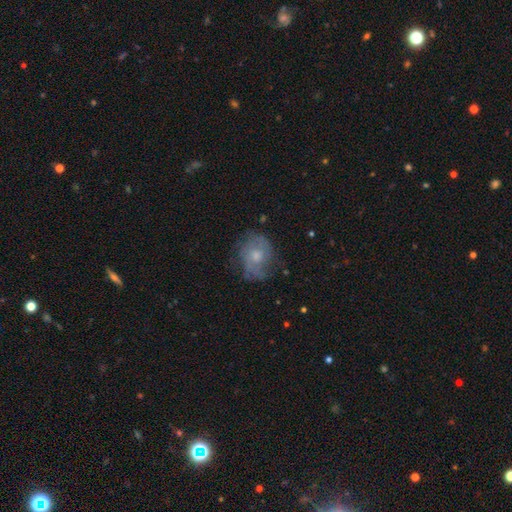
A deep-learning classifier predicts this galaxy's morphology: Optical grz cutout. It shows a featured or disk galaxy (57%) with no bar (79%), spiral arms (73%) and a moderate central bulge (50%). Merging: none (61%).